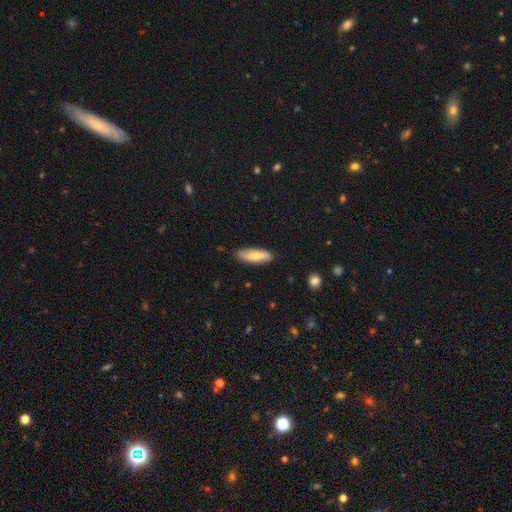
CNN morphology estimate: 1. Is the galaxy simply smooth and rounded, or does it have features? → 70% smooth, 25% featured or disk, 5% star or artifact.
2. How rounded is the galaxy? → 50% in between, 48% cigar-shaped, 2% round.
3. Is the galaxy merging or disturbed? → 86% none, 11% minor disturbance, 2% major disturbance, 1% merger.